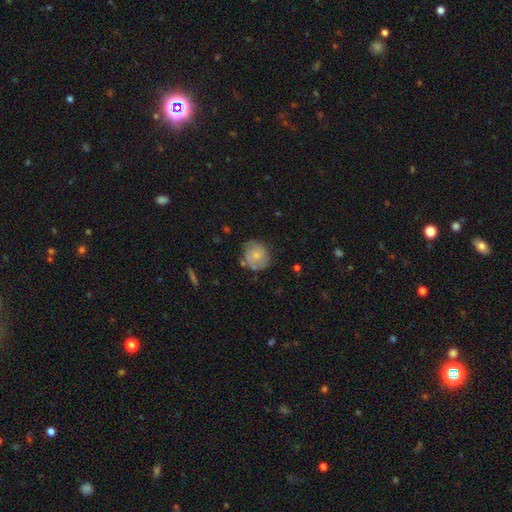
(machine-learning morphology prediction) This appears to be a smooth galaxy with no disk features (66%) that is round (82%). Merging: none (68%).